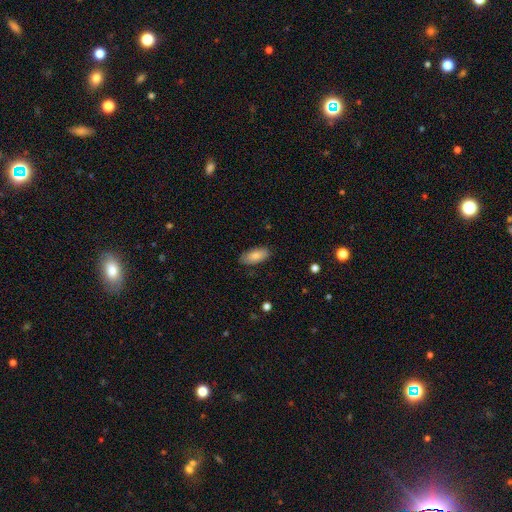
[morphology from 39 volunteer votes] Smooth or featured?
  - smooth: 85% *
  - featured or disk: 10%
  - star or artifact: 5%
How rounded?
  - in between: 97% *
  - cigar-shaped: 3%
  - round: 0%
Merging?
  - none: 84% *
  - minor disturbance: 14%
  - merger: 3%
  - major disturbance: 0%